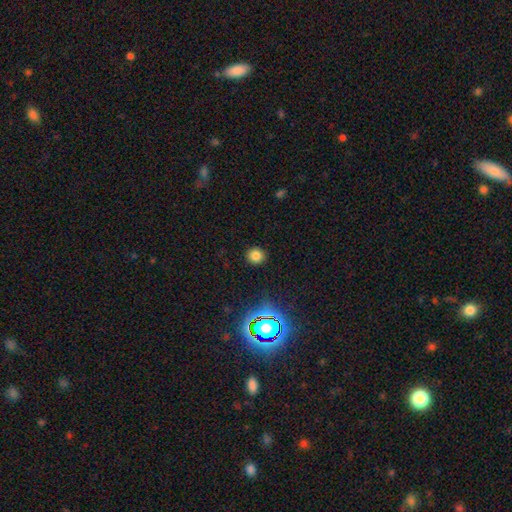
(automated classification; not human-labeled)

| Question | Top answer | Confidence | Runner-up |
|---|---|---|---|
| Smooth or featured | smooth | 78% | star or artifact (16%) |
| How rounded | round | 89% | in between (10%) |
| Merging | none | 90% | minor disturbance (6%) |